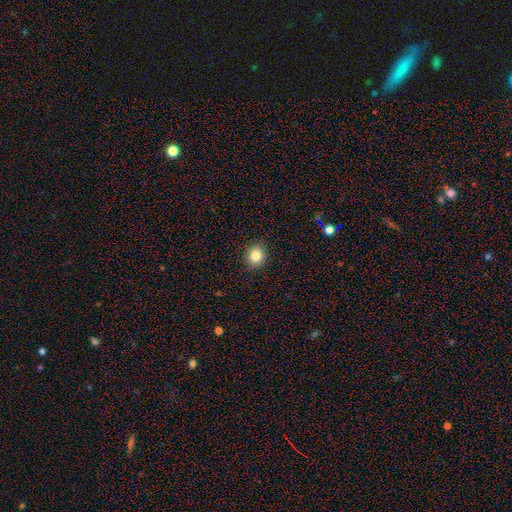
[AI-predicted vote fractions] This is clearly a smooth galaxy (84%). How rounded: likely round (79%). Merging: clearly none (90%).